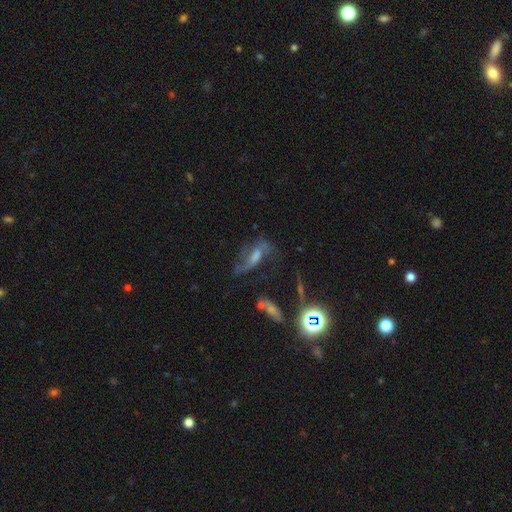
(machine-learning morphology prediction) featured or disk 62%, star or artifact 21%, smooth 17%. Down the decision tree: edge-on disk — no (87%); bar — weak (42%); spiral arms — yes (83%); bulge size — moderate (39%); merging — none (50%).